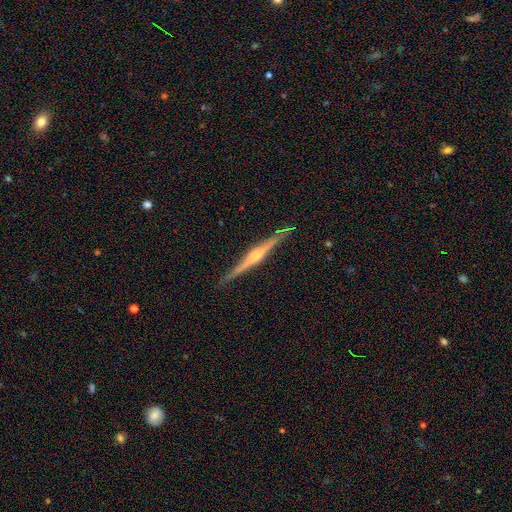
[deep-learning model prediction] This appears to be a featured or disk galaxy (82%) viewed edge-on (98%) with a rounded central bulge (80%). Merging: none (89%).